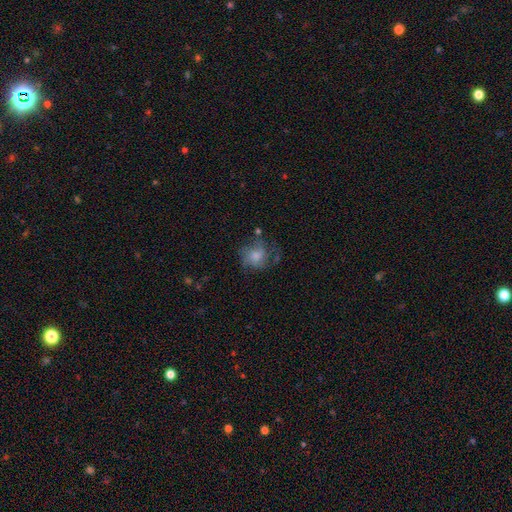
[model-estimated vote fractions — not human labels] Smooth or featured: smooth — 53% (featured or disk — 36%)
How rounded: round — 74% (in between — 25%)
Merging: none — 52% (minor disturbance — 24%)